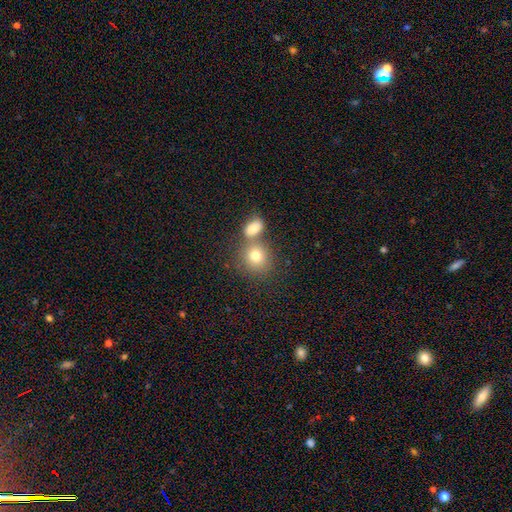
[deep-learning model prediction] Morphology: type=smooth (77%); roundness=round (79%); merging=none (51%).